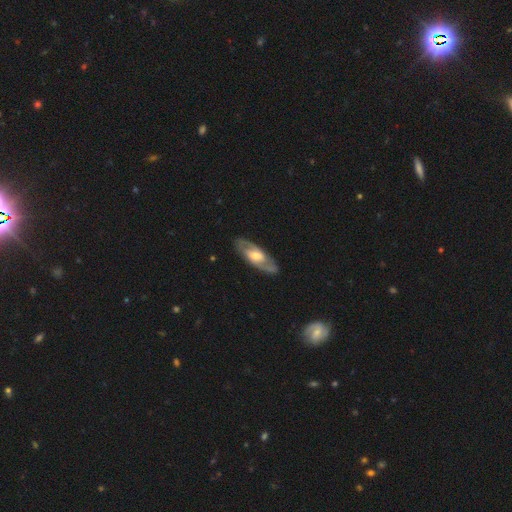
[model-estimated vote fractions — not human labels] A featured or disk galaxy (73%) with a weak bar (43%), 2 (81%) medium (47%) spiral arms (80%) and a moderate central bulge (60%).

Vote fractions:
- Smooth or featured? featured or disk: 73% / smooth: 22% / star or artifact: 4%
- Edge-on disk? no: 86% / yes: 14%
- Bar? weak: 43% / no: 40% / strong: 17%
- Spiral arms? yes: 80% / no: 20%
- Spiral winding? medium: 47% / tight: 35% / loose: 18%
- Spiral arm count? 2: 81% / can't tell: 13% / 1: 2% / 3: 2% / 4: 1% / more than 4: 1%
- Bulge size? moderate: 60% / small: 23% / large: 13% / none: 2% / dominant: 1%
- Merging? none: 85% / minor disturbance: 10% / major disturbance: 3% / merger: 1%